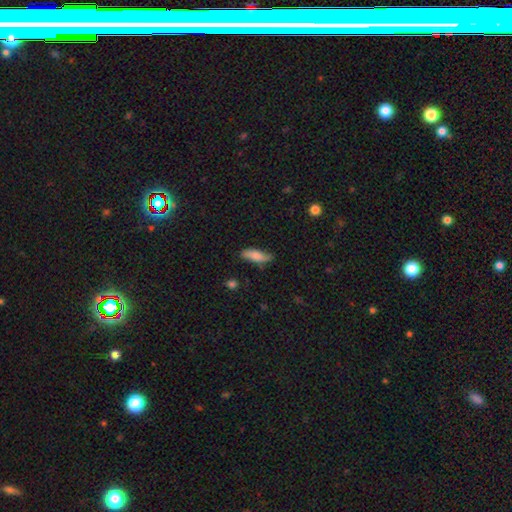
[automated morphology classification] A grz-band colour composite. It shows a smooth galaxy with no disk features (76%) that is in between round and cigar-shaped (54%). Merging: none (72%).